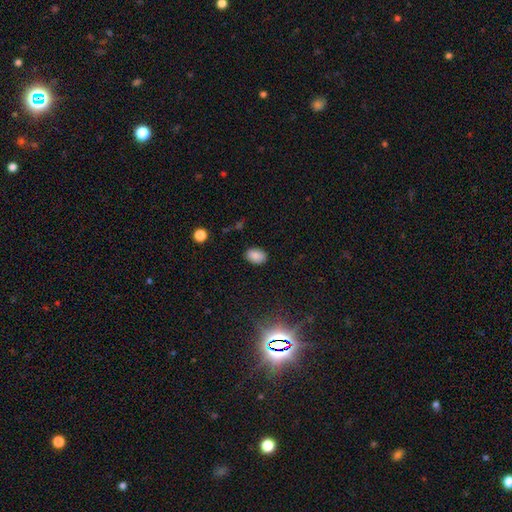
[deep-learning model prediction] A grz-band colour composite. It shows a smooth galaxy with no disk features (85%) that is in between round and cigar-shaped (85%). Merging: none (86%).